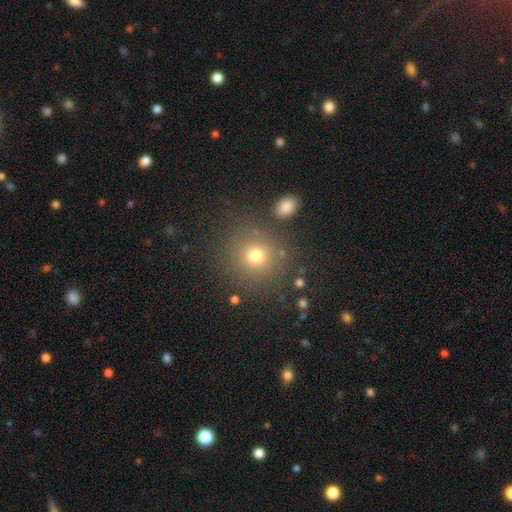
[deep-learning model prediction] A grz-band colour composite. It shows a smooth galaxy with no disk features (74%) that is round (91%). Merging: none (83%).